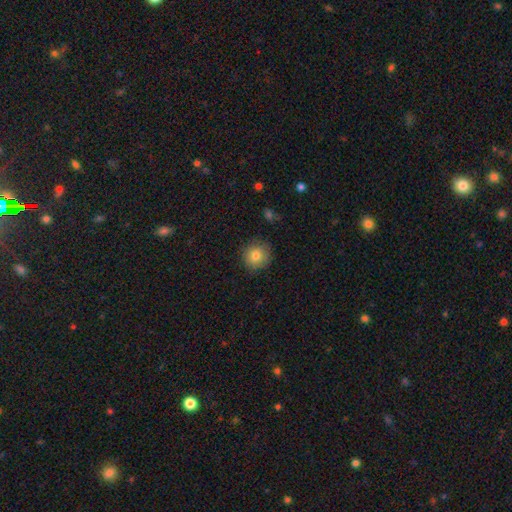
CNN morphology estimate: smooth 81%, star or artifact 10%, featured or disk 9%. Down the decision tree: how rounded — round (93%); merging — none (86%).